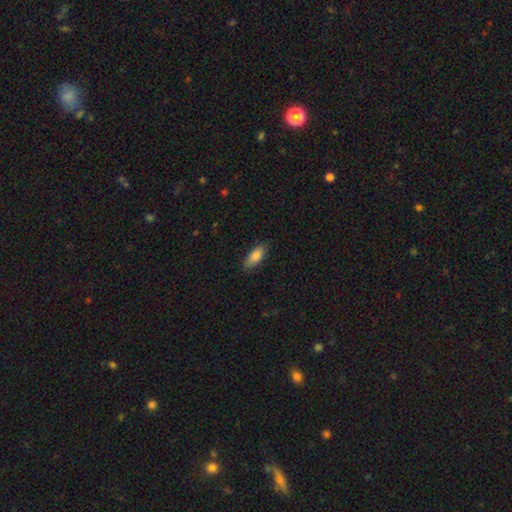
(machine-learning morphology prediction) This appears to be a smooth galaxy with no disk features (84%) that is in between round and cigar-shaped (80%). Merging: none (82%).